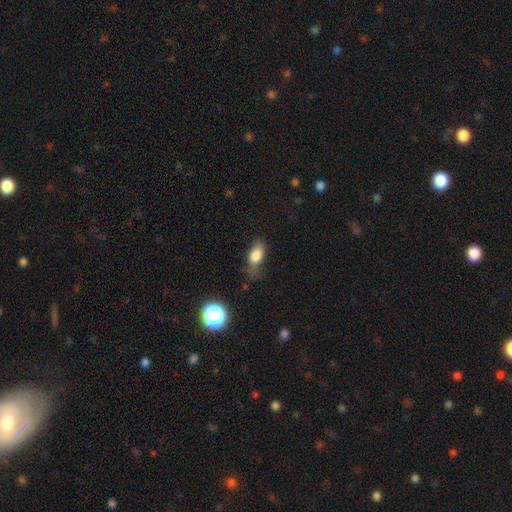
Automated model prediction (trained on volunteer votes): smooth_or_featured: smooth (p=0.77) [alt: featured or disk p=0.13]
how_rounded: in between (p=0.81) [alt: cigar-shaped p=0.11]
merging: none (p=0.54) [alt: minor disturbance p=0.30]